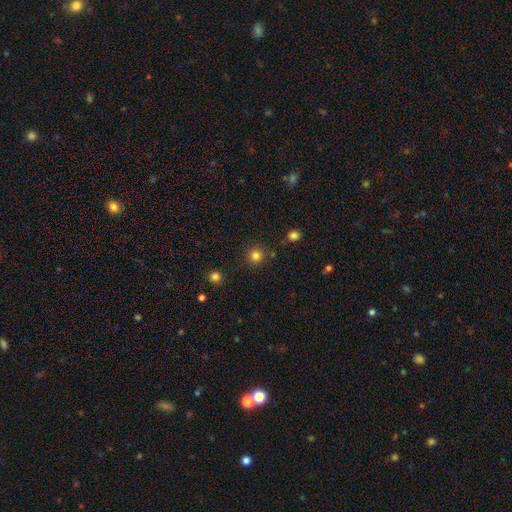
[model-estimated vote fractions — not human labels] smooth 83%, star or artifact 13%, featured or disk 4%. Down the decision tree: how rounded — round (94%); merging — none (87%).